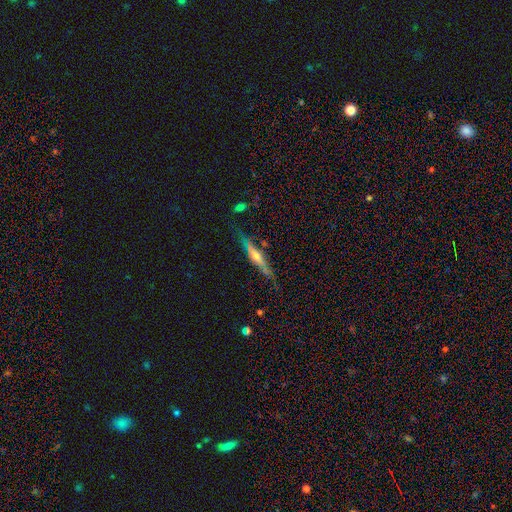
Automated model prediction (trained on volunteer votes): A featured or disk galaxy (74%) viewed edge-on (94%) with a rounded central bulge (82%).

Vote fractions:
- Smooth or featured? featured or disk: 74% / smooth: 19% / star or artifact: 7%
- Edge-on disk? yes: 94% / no: 6%
- Edge-on bulge? rounded: 82% / none: 11% / boxy: 7%
- Merging? none: 78% / minor disturbance: 15% / major disturbance: 4% / merger: 3%